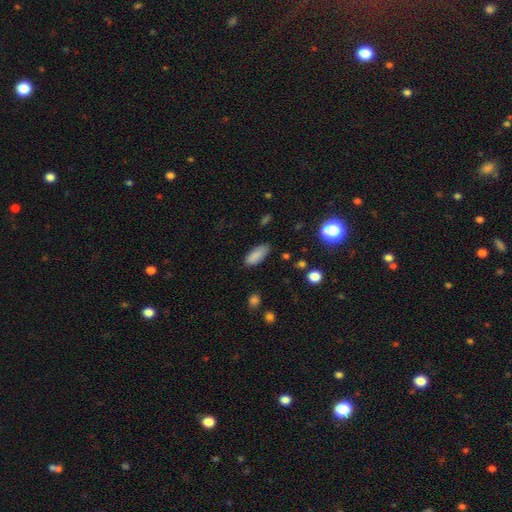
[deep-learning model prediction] Smooth or featured? Predicted: smooth (p=0.87). How rounded? Predicted: in between (p=0.85). Merging? Predicted: none (p=0.79).